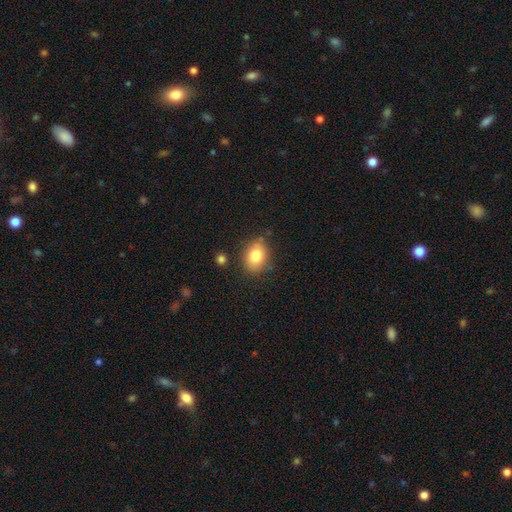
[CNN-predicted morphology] This appears to be a smooth galaxy with no disk features (81%) that is in between round and cigar-shaped (60%). Merging: none (78%).